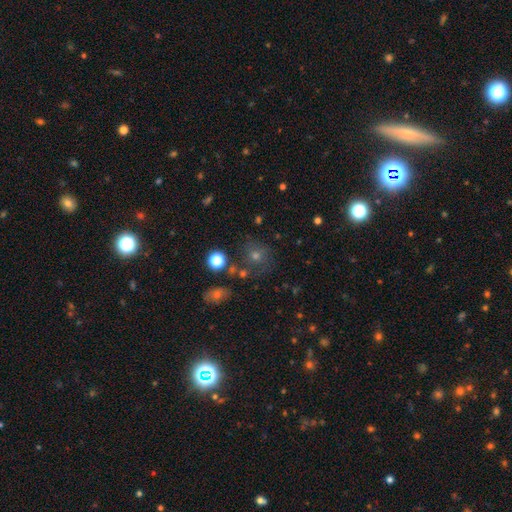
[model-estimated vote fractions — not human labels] This is possibly a smooth galaxy (50%). How rounded: clearly round (83%). Merging: likely none (71%).